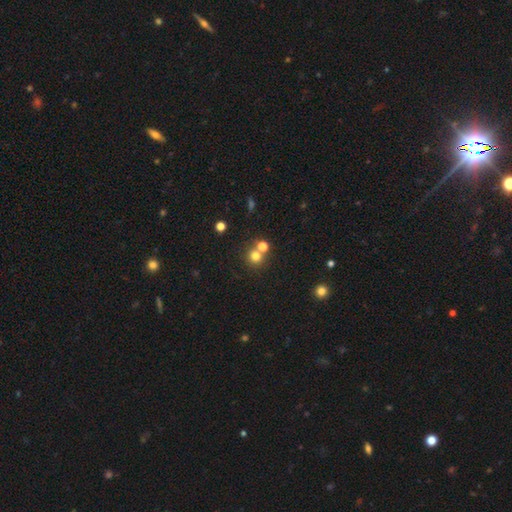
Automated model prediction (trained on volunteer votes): Morphology: type=smooth (74%); roundness=round (90%); merging=none (60%).